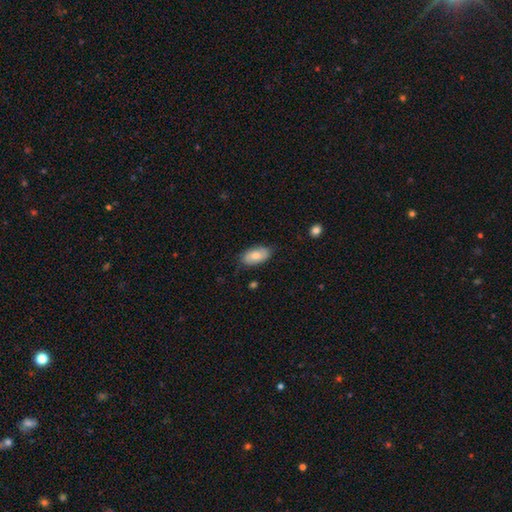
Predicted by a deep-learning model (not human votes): Morphology: type=smooth (78%); roundness=in between (94%); merging=none (81%).